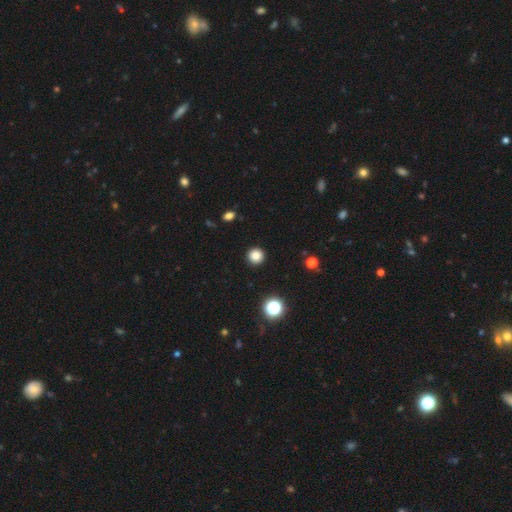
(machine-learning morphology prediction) Smooth or featured?
  - smooth: 84% *
  - star or artifact: 12%
  - featured or disk: 4%
How rounded?
  - round: 95% *
  - in between: 4%
  - cigar-shaped: 1%
Merging?
  - none: 93% *
  - minor disturbance: 4%
  - major disturbance: 2%
  - merger: 1%